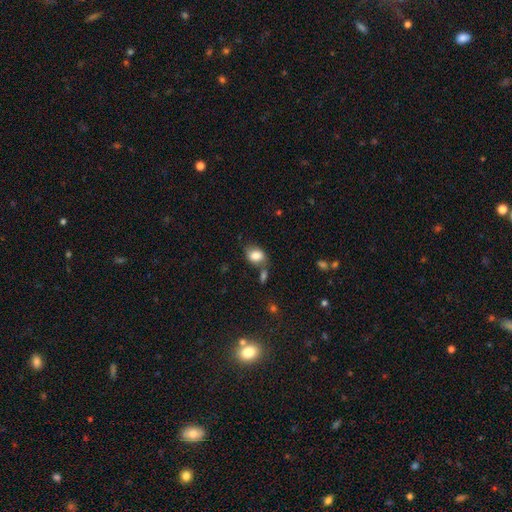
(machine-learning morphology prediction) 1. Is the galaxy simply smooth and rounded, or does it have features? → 82% smooth, 9% featured or disk, 8% star or artifact.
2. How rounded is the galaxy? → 67% in between, 32% round, 1% cigar-shaped.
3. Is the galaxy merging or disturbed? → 56% none, 20% minor disturbance, 17% merger, 6% major disturbance.